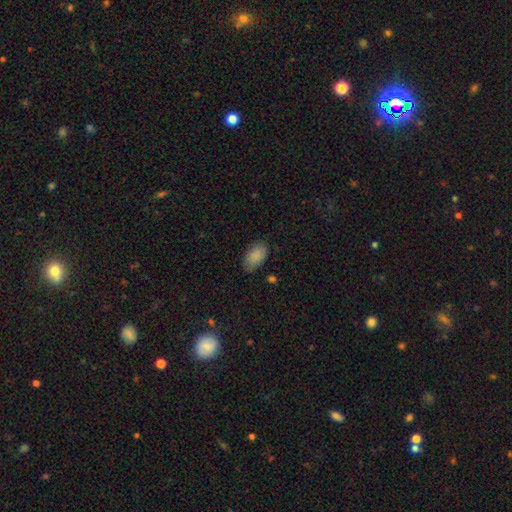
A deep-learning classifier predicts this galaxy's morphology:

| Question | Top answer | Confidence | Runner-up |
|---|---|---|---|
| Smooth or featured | smooth | 88% | star or artifact (7%) |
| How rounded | in between | 94% | round (4%) |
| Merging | none | 80% | minor disturbance (15%) |